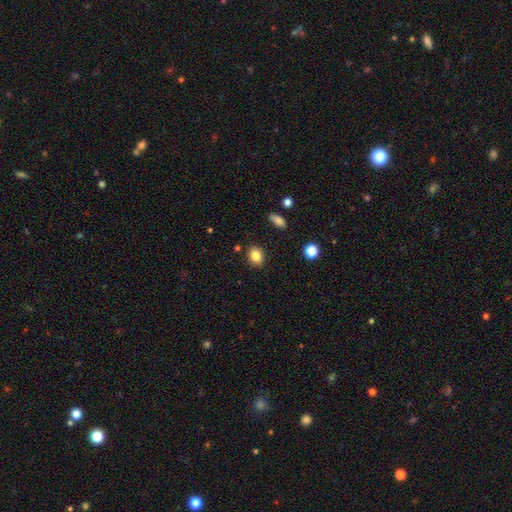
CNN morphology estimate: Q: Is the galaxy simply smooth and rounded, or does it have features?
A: smooth — 84%.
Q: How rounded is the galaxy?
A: in between — 55%.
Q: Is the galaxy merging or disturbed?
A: none — 87%.